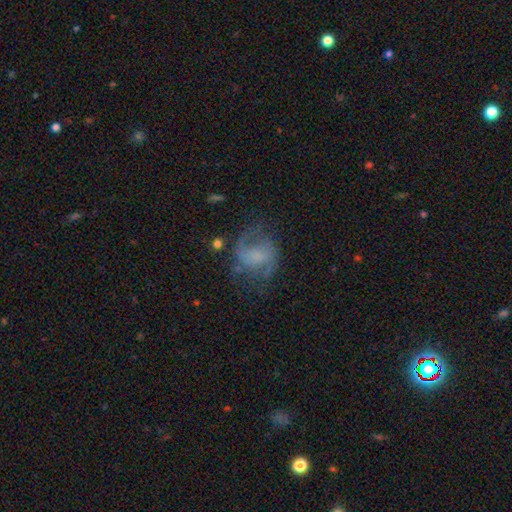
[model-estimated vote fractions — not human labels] A featured or disk galaxy (64%) with no bar (52%), 2 (79%) medium (45%) spiral arms (84%) and no central bulge (41%).

Vote fractions:
- Smooth or featured? featured or disk: 64% / smooth: 24% / star or artifact: 12%
- Edge-on disk? no: 97% / yes: 3%
- Bar? no: 52% / weak: 38% / strong: 10%
- Spiral arms? yes: 84% / no: 16%
- Spiral winding? medium: 45% / loose: 39% / tight: 15%
- Spiral arm count? 2: 79% / can't tell: 10% / 1: 7% / 3: 2% / 4: 1% / more than 4: 1%
- Bulge size? none: 41% / small: 28% / moderate: 20% / large: 9% / dominant: 2%
- Merging? none: 58% / minor disturbance: 20% / major disturbance: 19% / merger: 3%